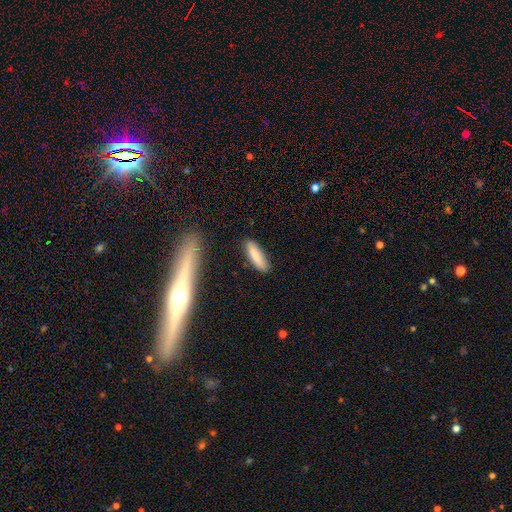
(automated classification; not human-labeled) Q: Smooth or featured?
A: smooth (83%); runner-up: featured or disk (11%)
Q: How rounded?
A: cigar-shaped (61%); runner-up: in between (37%)
Q: Merging?
A: none (85%); runner-up: minor disturbance (11%)